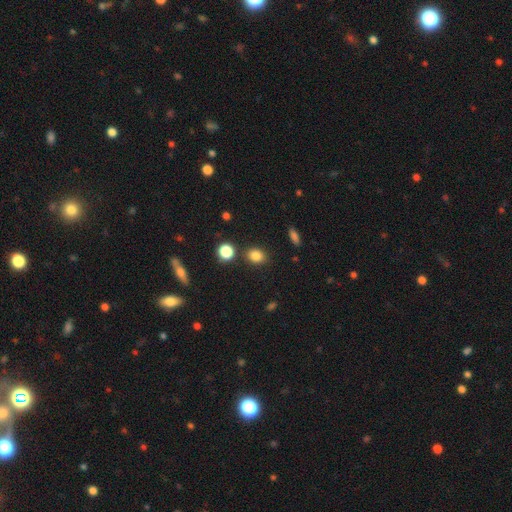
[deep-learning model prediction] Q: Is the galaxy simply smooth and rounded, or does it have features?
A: smooth — 83%.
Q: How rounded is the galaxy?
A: round — 56%.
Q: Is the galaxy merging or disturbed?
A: none — 83%.